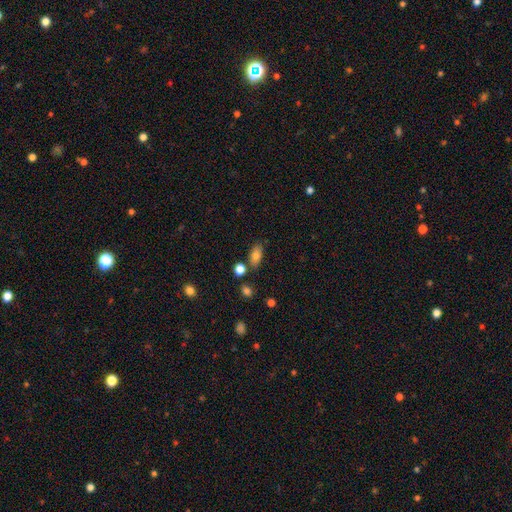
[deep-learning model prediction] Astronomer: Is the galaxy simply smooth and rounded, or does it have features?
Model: smooth — 78%.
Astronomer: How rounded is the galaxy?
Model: in between — 85%.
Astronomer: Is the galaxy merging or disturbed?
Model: none — 76%.